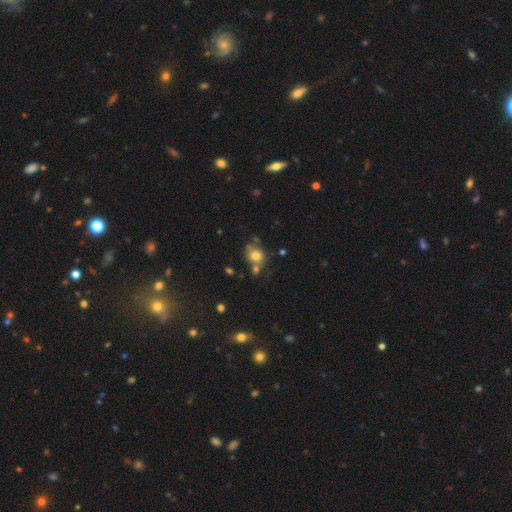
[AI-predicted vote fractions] Smooth or featured? Predicted: smooth (p=0.75). How rounded? Predicted: round (p=0.66). Merging? Predicted: none (p=0.56).